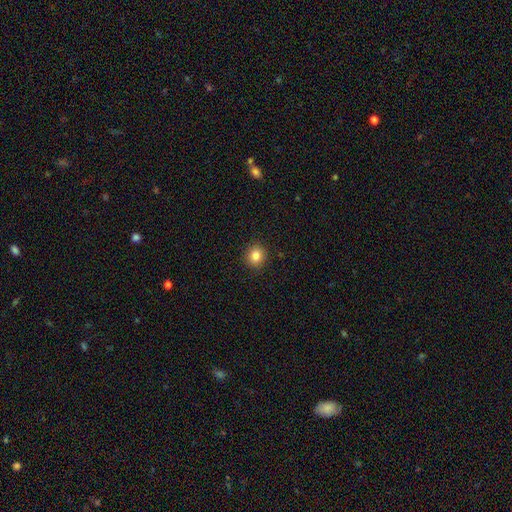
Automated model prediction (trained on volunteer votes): Smooth or featured?
  - smooth: 84% *
  - star or artifact: 11%
  - featured or disk: 6%
How rounded?
  - round: 87% *
  - in between: 12%
  - cigar-shaped: 1%
Merging?
  - none: 91% *
  - minor disturbance: 6%
  - major disturbance: 2%
  - merger: 1%